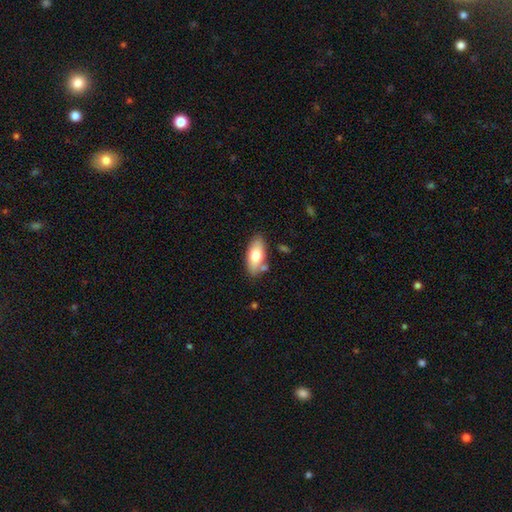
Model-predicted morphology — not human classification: Smooth or featured? smooth (73%)
How rounded? in between (85%)
Merging? none (74%)